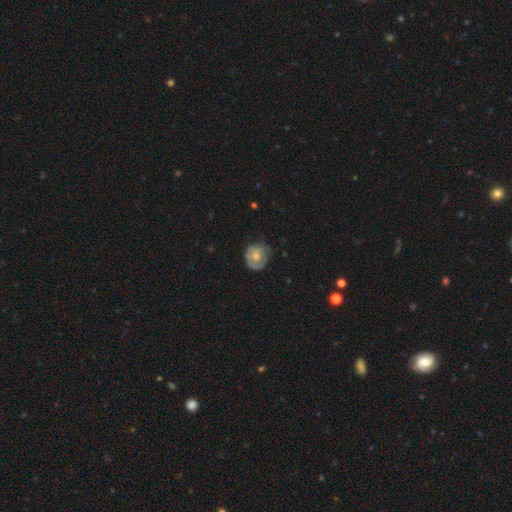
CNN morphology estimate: This is possibly a featured or disk galaxy (50%). It is clearly not viewed edge-on (97%). Merging: likely none (60%).